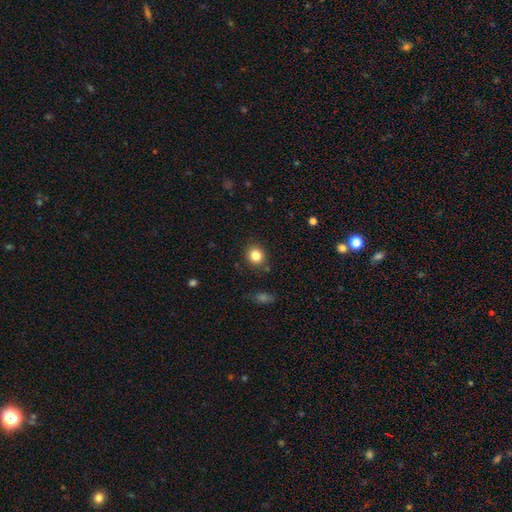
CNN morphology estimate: Smooth or featured? smooth (83%)
How rounded? round (81%)
Merging? none (86%)